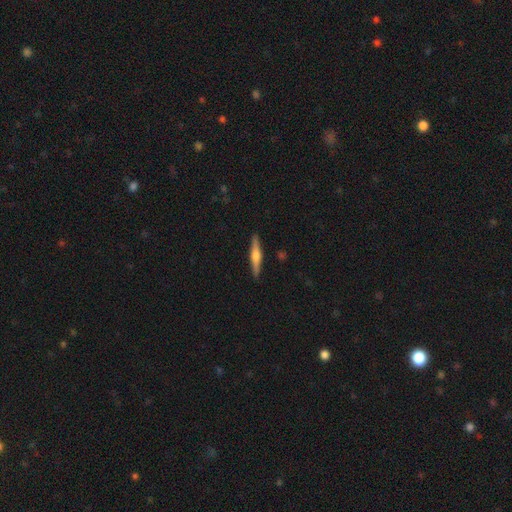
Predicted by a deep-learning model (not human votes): smooth_or_featured: featured or disk (p=0.65) [alt: smooth p=0.30]
disk_edge_on: yes (p=0.98) [alt: no p=0.02]
edge_on_bulge: rounded (p=0.85) [alt: boxy p=0.11]
merging: none (p=0.91) [alt: minor disturbance p=0.07]